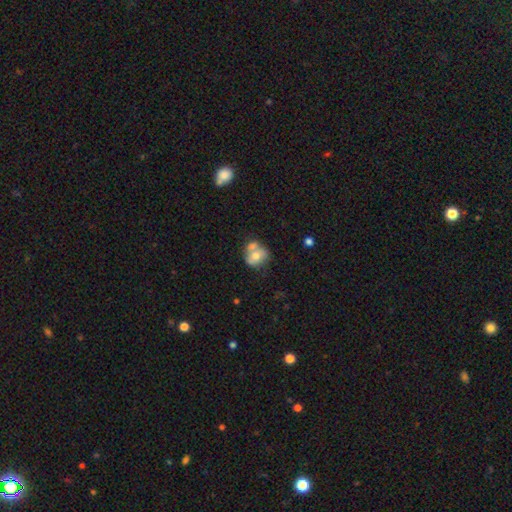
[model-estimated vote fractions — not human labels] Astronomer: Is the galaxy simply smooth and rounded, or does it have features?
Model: smooth — 63%.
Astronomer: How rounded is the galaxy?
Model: round — 64%.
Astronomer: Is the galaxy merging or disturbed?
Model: merger — 50% (runner-up: none, 32%).